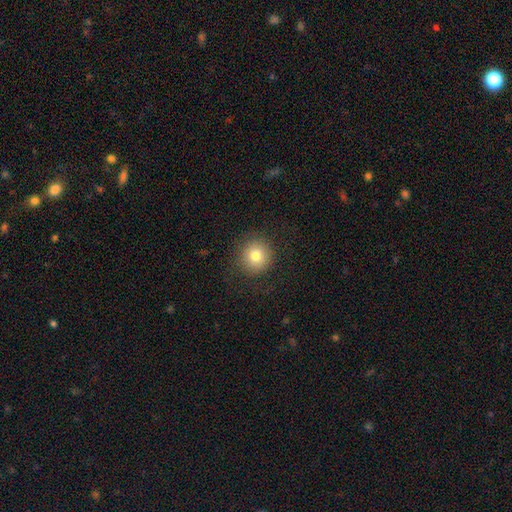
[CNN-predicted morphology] Overall: smooth (79%). How rounded: round (93%). Merging: none (88%).